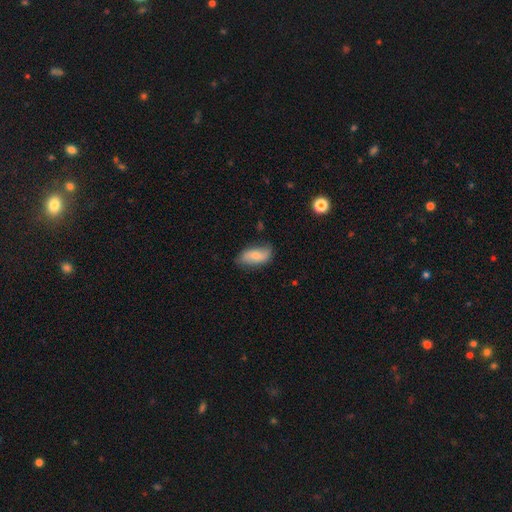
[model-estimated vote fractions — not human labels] Smooth or featured? Predicted: smooth (p=0.61). How rounded? Predicted: in between (p=0.89). Merging? Predicted: none (p=0.70).